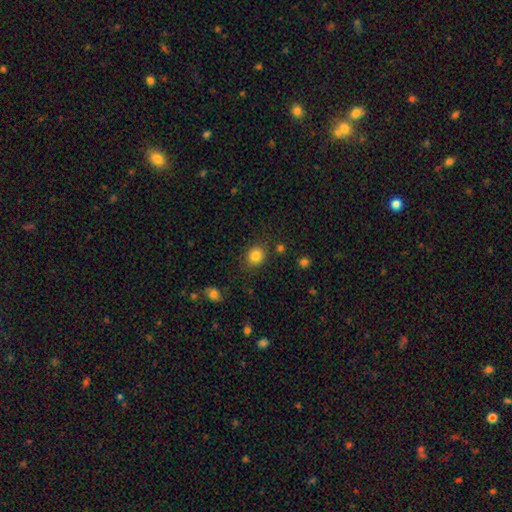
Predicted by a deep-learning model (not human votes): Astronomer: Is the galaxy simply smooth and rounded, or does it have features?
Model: smooth — 84%.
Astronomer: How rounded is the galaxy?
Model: round — 77%.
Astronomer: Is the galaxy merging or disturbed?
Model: none — 84%.